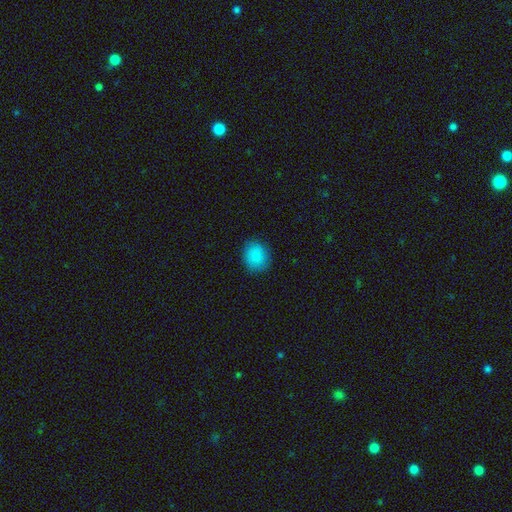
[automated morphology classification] Smooth or featured? smooth (87%)
How rounded? round (66%)
Merging? none (85%)